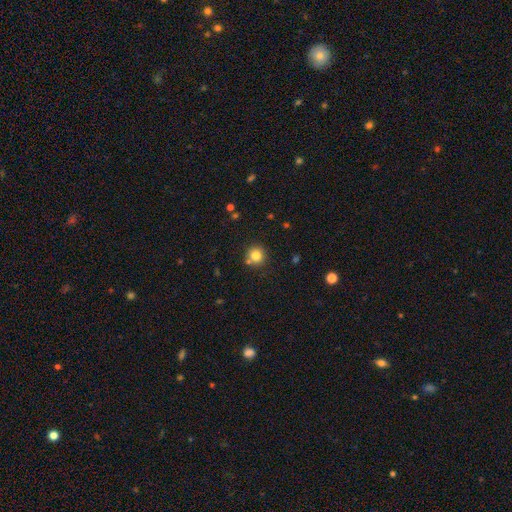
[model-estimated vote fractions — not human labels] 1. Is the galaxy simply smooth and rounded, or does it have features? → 81% smooth, 12% star or artifact, 7% featured or disk.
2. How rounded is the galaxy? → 93% round, 6% in between, 1% cigar-shaped.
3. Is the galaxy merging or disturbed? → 80% none, 9% merger, 8% minor disturbance, 2% major disturbance.